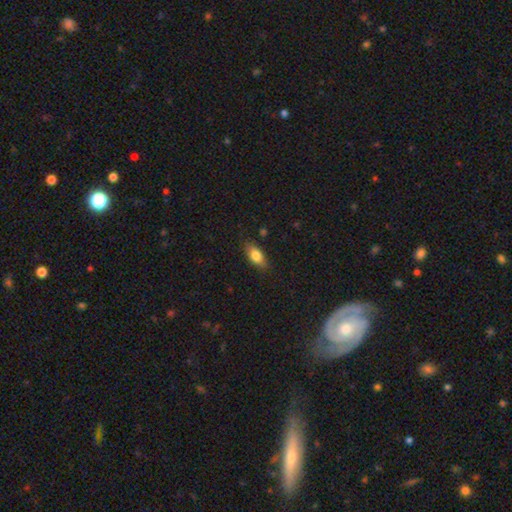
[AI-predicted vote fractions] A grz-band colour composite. It shows a smooth galaxy with no disk features (79%) that is in between round and cigar-shaped (83%). Merging: none (84%).